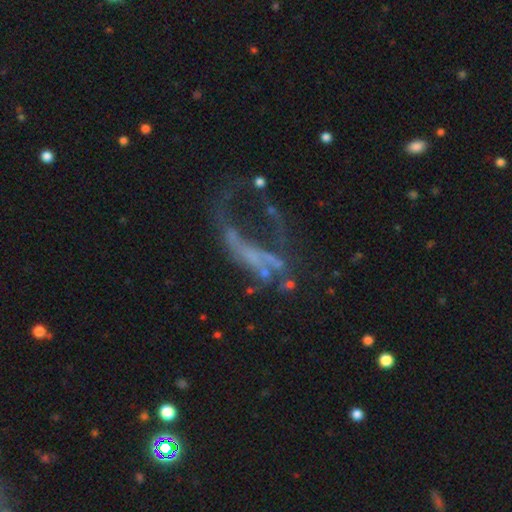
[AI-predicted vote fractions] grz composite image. It shows a featured or disk galaxy (59%) with no bar (75%), no spiral arms (72%) and no central bulge (78%). Merging: major disturbance (53%).